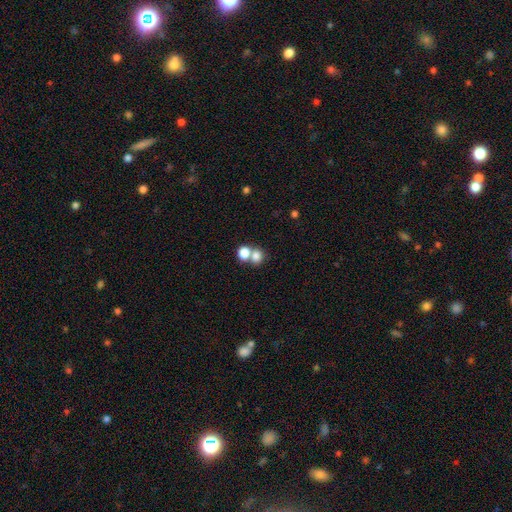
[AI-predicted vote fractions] Smooth or featured?
  - smooth: 78% *
  - star or artifact: 12%
  - featured or disk: 10%
How rounded?
  - round: 73% *
  - in between: 26%
  - cigar-shaped: 1%
Merging?
  - merger: 51% *
  - none: 40%
  - minor disturbance: 6%
  - major disturbance: 3%